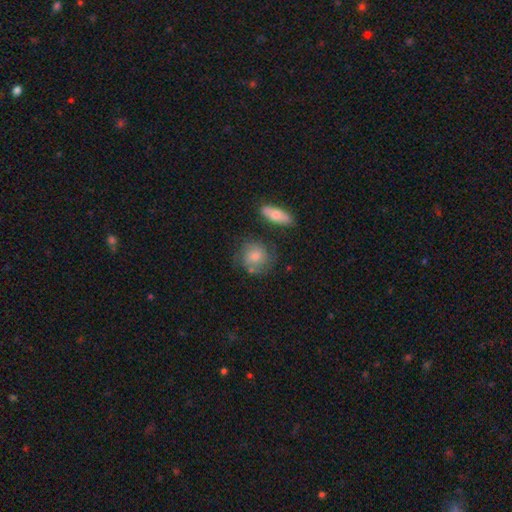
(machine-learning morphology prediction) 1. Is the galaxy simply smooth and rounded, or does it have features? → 47% smooth, 43% featured or disk, 10% star or artifact.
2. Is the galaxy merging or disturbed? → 66% none, 19% minor disturbance, 8% major disturbance, 7% merger.